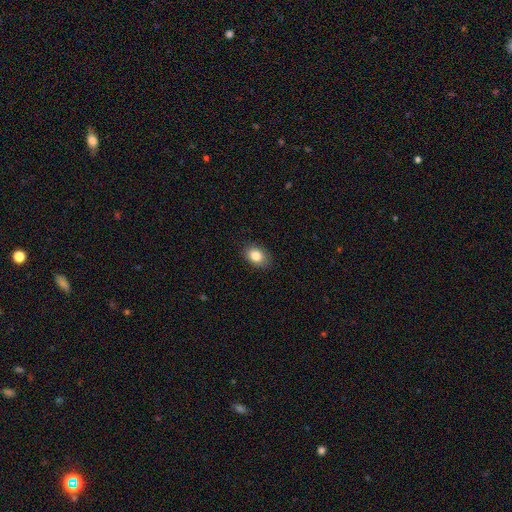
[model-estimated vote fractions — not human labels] Smooth or featured? Predicted: smooth (p=0.84). How rounded? Predicted: in between (p=0.74). Merging? Predicted: none (p=0.85).